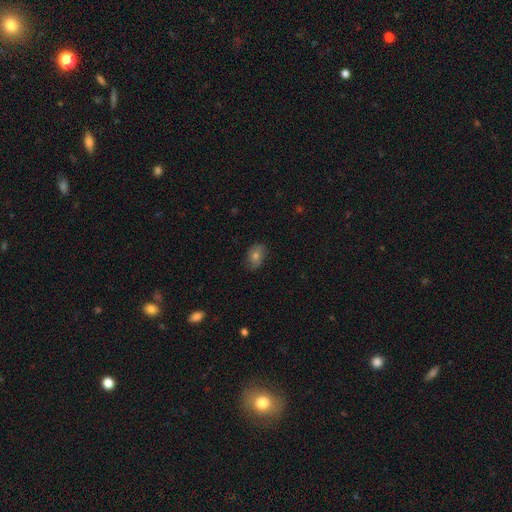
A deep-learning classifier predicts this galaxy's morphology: type=smooth (64%); roundness=in between (76%); merging=none (77%).